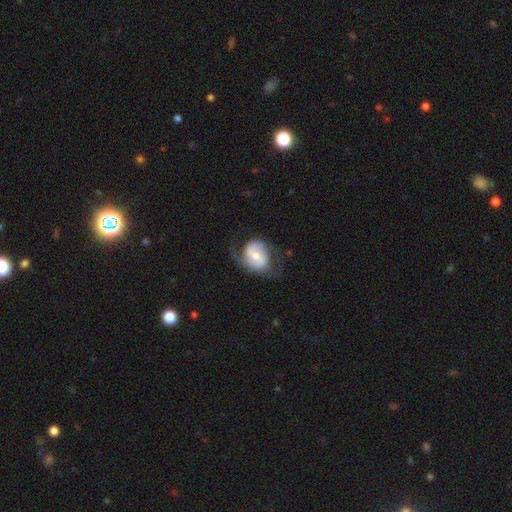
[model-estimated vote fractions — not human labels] Overall: featured or disk (62%; smooth 32%). Edge-on disk: no (96%). Bar: no (49%; weak 36%). Spiral arms: yes (82%). Bulge size: moderate (47%; small 42%). Merging: none (54%; major disturbance 22%).